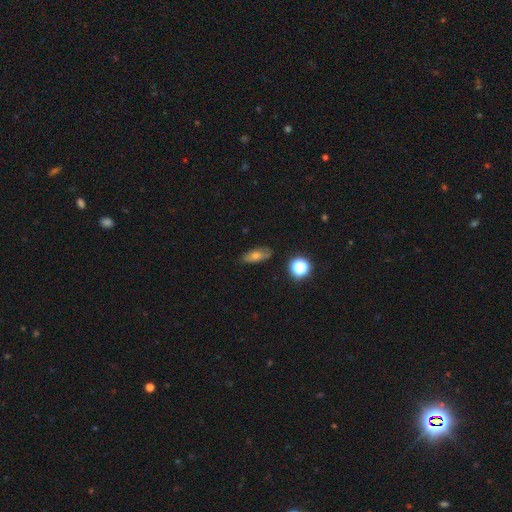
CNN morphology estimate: This appears to be a smooth galaxy with no disk features (66%) that is in between round and cigar-shaped (71%). Merging: none (84%).